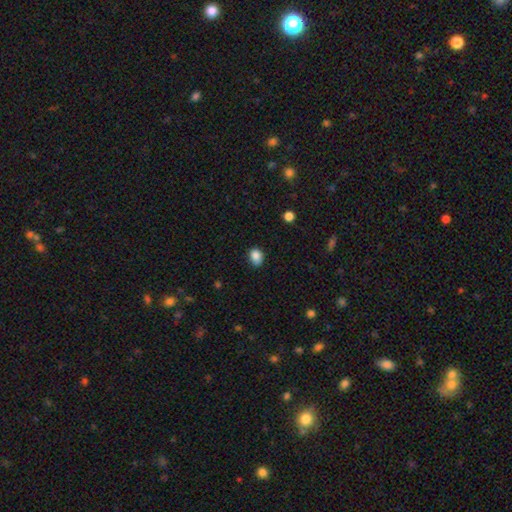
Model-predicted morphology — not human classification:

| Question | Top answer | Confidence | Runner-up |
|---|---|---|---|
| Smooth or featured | smooth | 85% | star or artifact (10%) |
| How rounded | in between | 57% | round (42%) |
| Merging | none | 71% | minor disturbance (23%) |